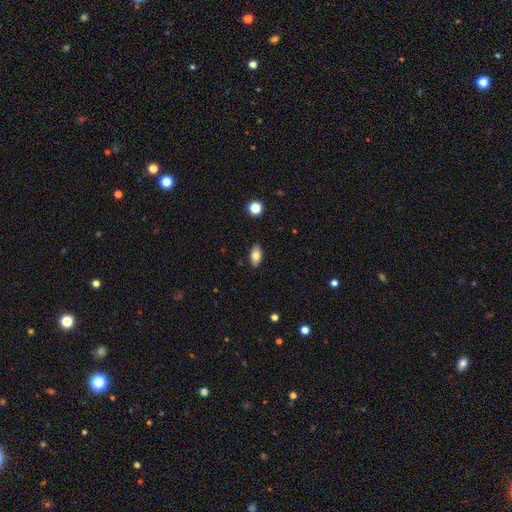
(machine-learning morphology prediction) Q: Smooth or featured?
A: smooth (79%); runner-up: featured or disk (13%)
Q: How rounded?
A: in between (91%); runner-up: round (5%)
Q: Merging?
A: none (88%); runner-up: minor disturbance (9%)